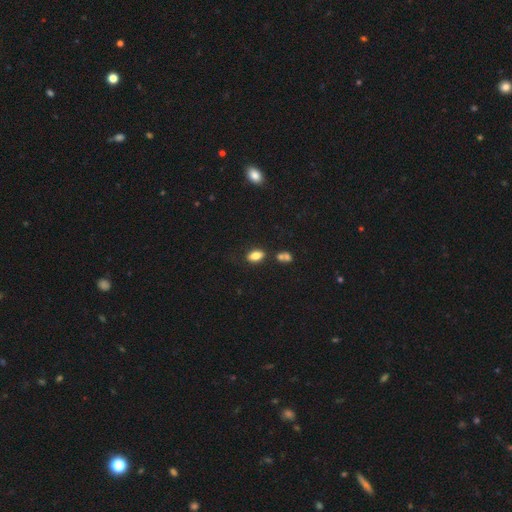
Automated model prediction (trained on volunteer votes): This appears to be a smooth galaxy with no disk features (82%) that is in between round and cigar-shaped (89%). Merging: none (72%).